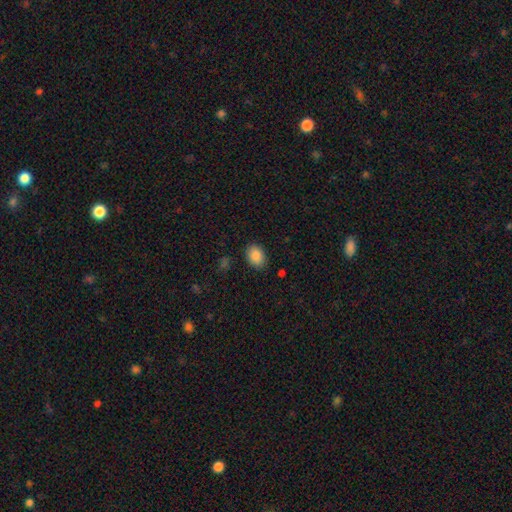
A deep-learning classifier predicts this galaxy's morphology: Smooth or featured?
  - smooth: 88% *
  - star or artifact: 8%
  - featured or disk: 4%
How rounded?
  - in between: 76% *
  - round: 23%
  - cigar-shaped: 1%
Merging?
  - none: 86% *
  - minor disturbance: 10%
  - major disturbance: 3%
  - merger: 1%